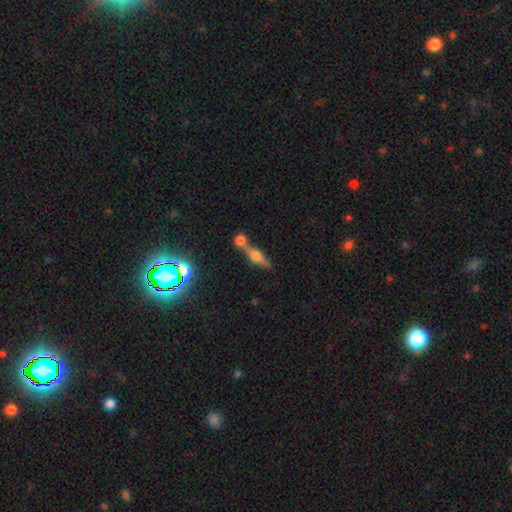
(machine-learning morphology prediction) smooth-or-featured: featured or disk: 53% | smooth: 35% | star or artifact: 12%
  disk-edge-on: yes: 87% | no: 13%
  merging: none: 48% | merger: 40% | minor disturbance: 8% | major disturbance: 4%